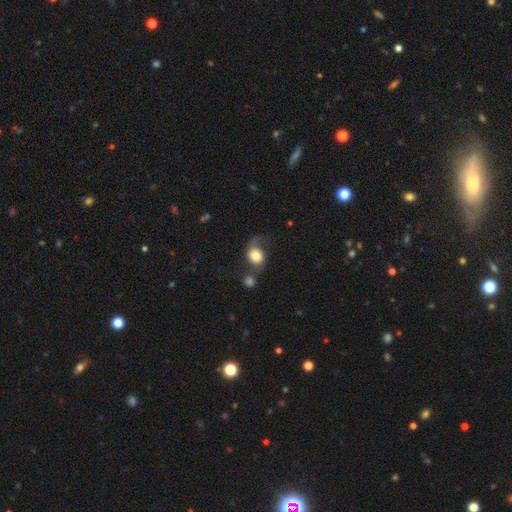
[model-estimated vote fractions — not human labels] Smooth or featured?
  - smooth: 66% *
  - featured or disk: 25%
  - star or artifact: 9%
How rounded?
  - round: 55% *
  - in between: 44%
  - cigar-shaped: 1%
Merging?
  - none: 30% *
  - major disturbance: 28%
  - merger: 23%
  - minor disturbance: 20%